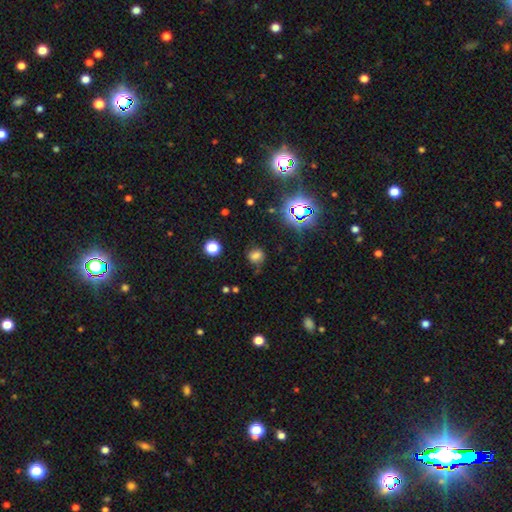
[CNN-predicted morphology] smooth 65%, star or artifact 26%, featured or disk 9%. Down the decision tree: how rounded — round (66%); merging — none (66%).